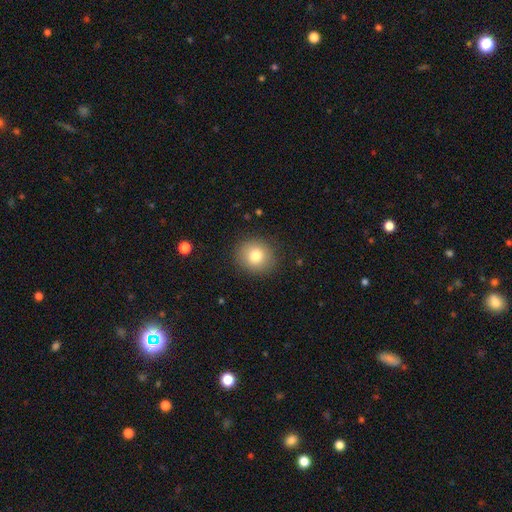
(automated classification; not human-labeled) Overall: smooth (80%). How rounded: round (83%). Merging: none (88%).